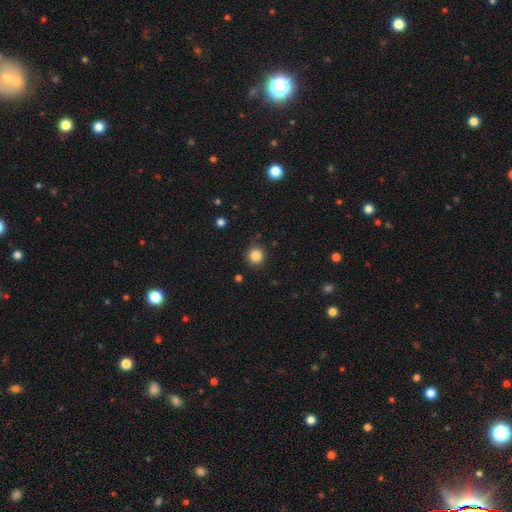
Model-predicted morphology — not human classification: Q: Smooth or featured?
A: smooth (85%); runner-up: star or artifact (11%)
Q: How rounded?
A: round (92%); runner-up: in between (7%)
Q: Merging?
A: none (89%); runner-up: minor disturbance (8%)